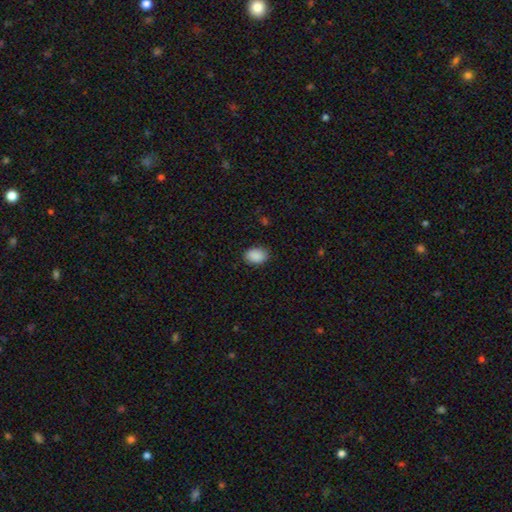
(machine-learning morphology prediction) Smooth or featured? Predicted: smooth (p=0.90). How rounded? Predicted: in between (p=0.80). Merging? Predicted: none (p=0.85).